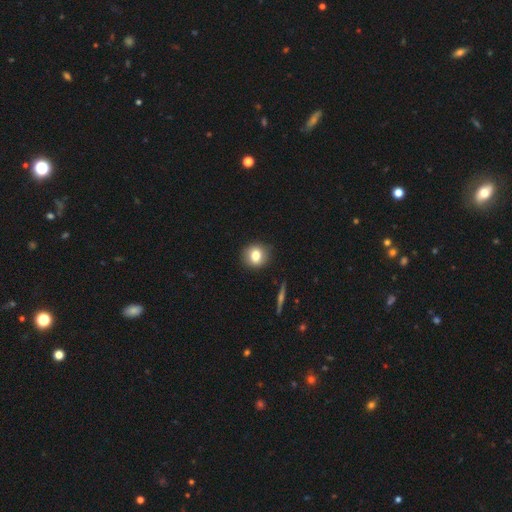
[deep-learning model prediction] Smooth or featured?
  - smooth: 78% *
  - featured or disk: 12%
  - star or artifact: 10%
How rounded?
  - round: 76% *
  - in between: 22%
  - cigar-shaped: 1%
Merging?
  - none: 86% *
  - minor disturbance: 10%
  - major disturbance: 2%
  - merger: 1%